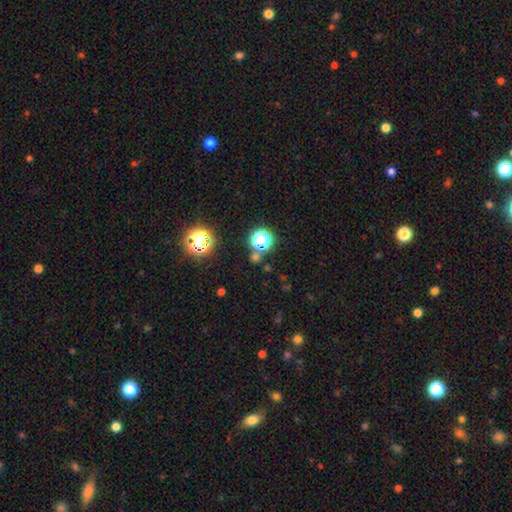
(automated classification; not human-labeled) A star or artifact, not a galaxy (57%).